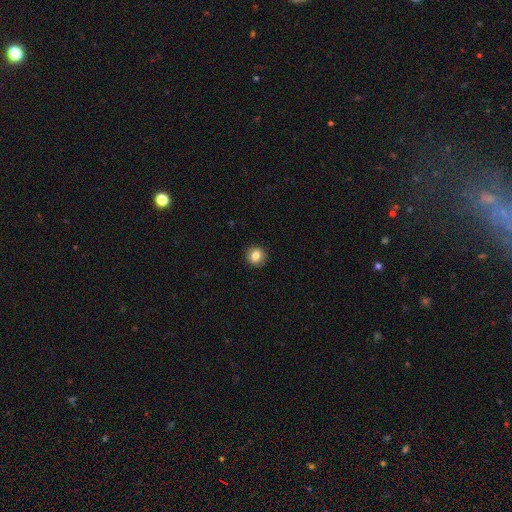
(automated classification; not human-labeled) Smooth or featured: smooth — 81% (star or artifact — 9%)
How rounded: round — 89% (in between — 10%)
Merging: none — 92% (minor disturbance — 5%)